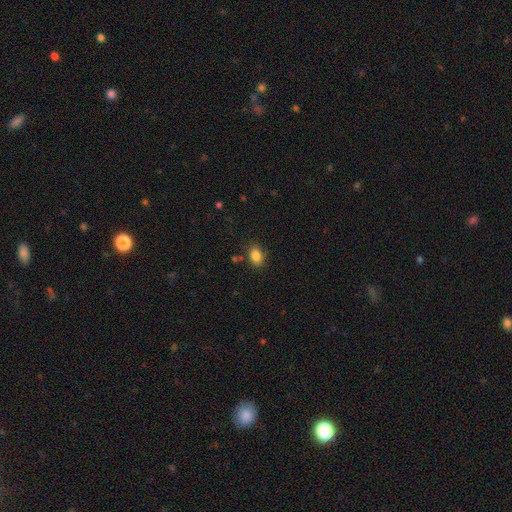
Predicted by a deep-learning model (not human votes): Smooth or featured: smooth — 85% (star or artifact — 10%)
How rounded: in between — 74% (round — 24%)
Merging: none — 82% (minor disturbance — 12%)